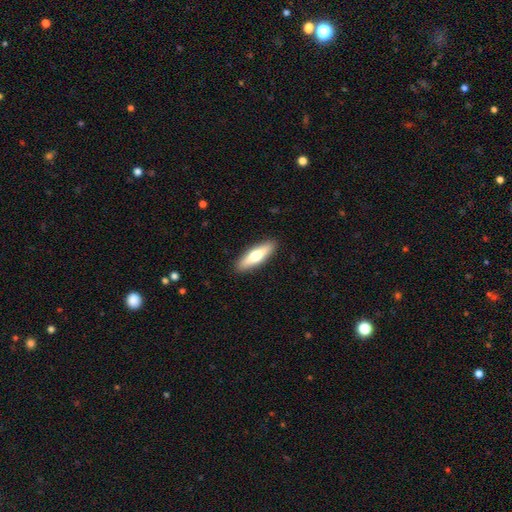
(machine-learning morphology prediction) smooth 57%, featured or disk 37%, star or artifact 6%. Down the decision tree: how rounded — cigar-shaped (58%); merging — none (90%).